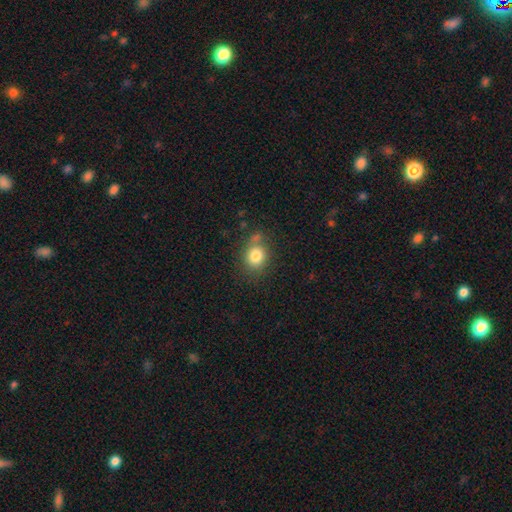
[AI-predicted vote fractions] Overall: smooth (81%). How rounded: round (69%; in between 30%). Merging: none (69%).